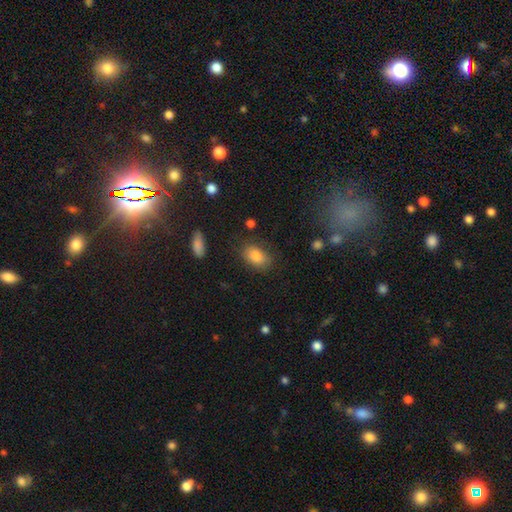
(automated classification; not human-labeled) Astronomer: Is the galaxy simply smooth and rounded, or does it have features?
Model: smooth — 83%.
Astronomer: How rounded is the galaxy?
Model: in between — 84%.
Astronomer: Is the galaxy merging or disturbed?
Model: none — 77%.